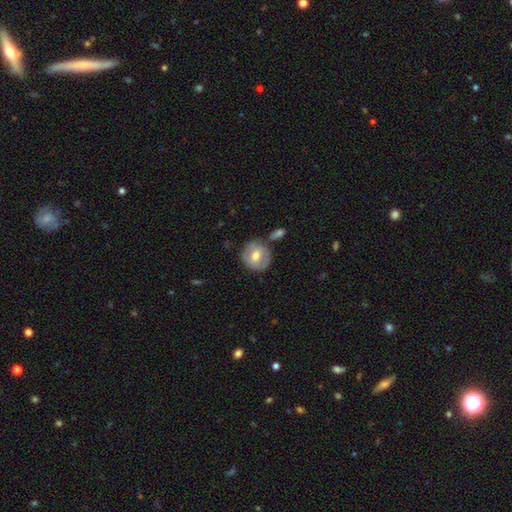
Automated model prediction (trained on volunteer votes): Overall: smooth (53%; featured or disk 41%). How rounded: round (84%). Merging: none (70%).